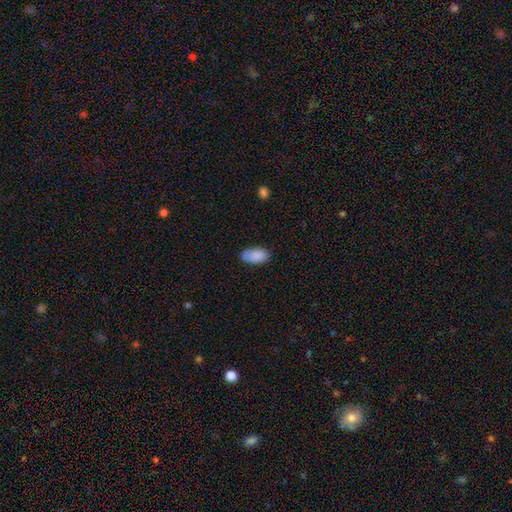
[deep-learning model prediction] This is clearly a smooth galaxy (87%). How rounded: clearly in between (94%). Merging: likely none (76%).